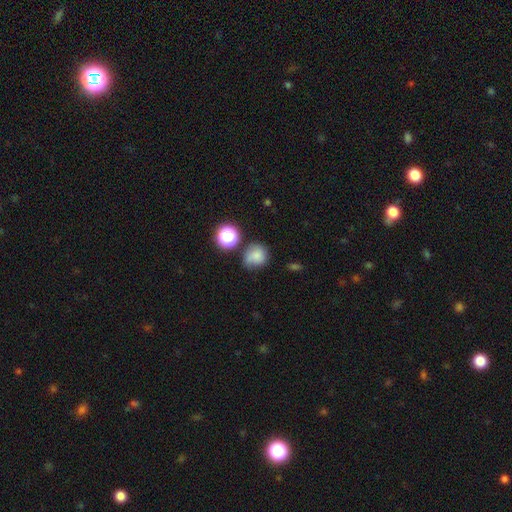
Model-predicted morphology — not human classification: Smooth or featured: smooth — 75% (star or artifact — 14%)
How rounded: round — 79% (in between — 20%)
Merging: none — 54% (minor disturbance — 27%)